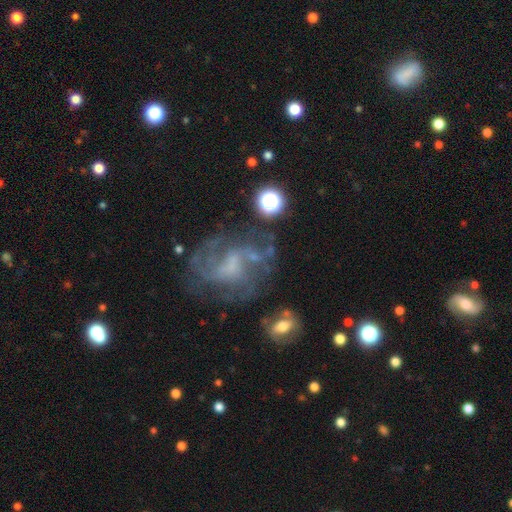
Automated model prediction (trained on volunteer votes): A featured or disk galaxy (71%) with no bar (53%), medium (44%) spiral arms (76%) and no central bulge (49%). Merging: none (51%).